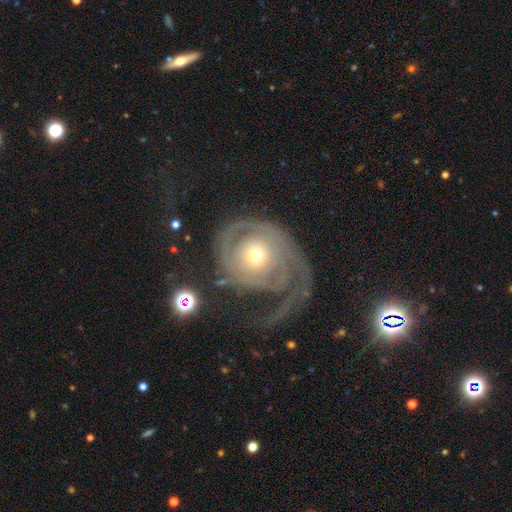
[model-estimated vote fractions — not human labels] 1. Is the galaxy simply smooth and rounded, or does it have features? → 82% featured or disk, 13% smooth, 6% star or artifact.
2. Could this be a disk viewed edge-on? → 97% no, 3% yes.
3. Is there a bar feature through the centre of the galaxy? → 81% no, 15% weak, 5% strong.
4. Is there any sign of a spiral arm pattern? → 88% yes, 12% no.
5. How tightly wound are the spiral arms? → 55% tight, 29% medium, 17% loose.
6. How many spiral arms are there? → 36% 2, 30% 1, 20% can't tell, 7% 3, 4% 4, 3% more than 4.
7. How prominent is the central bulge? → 50% small, 44% moderate, 4% large, 1% dominant, 1% none.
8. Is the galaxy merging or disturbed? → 41% major disturbance, 37% none, 18% minor disturbance, 4% merger.